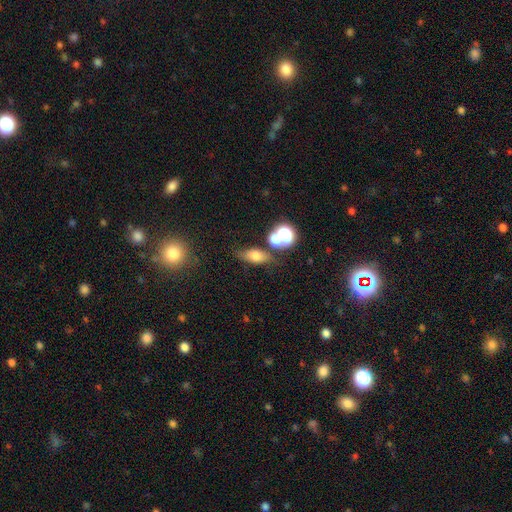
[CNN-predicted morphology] This appears to be a smooth galaxy with no disk features (62%) that is in between round and cigar-shaped (65%). Merging: none (68%).